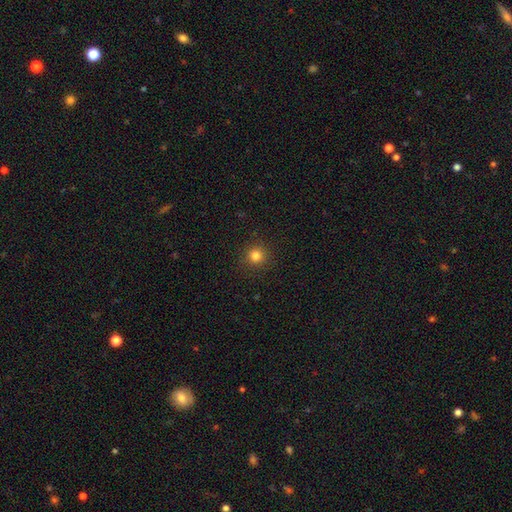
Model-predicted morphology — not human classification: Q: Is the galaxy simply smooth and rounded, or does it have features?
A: smooth — 81%.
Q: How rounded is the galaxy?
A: round — 95%.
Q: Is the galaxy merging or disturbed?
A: none — 92%.